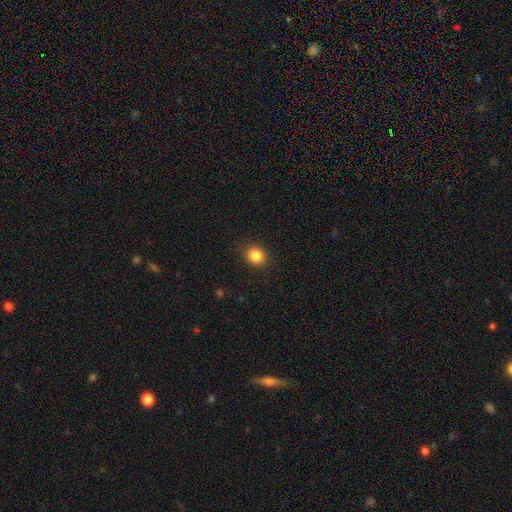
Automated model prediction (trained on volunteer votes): Smooth or featured: smooth — 85% (star or artifact — 10%)
How rounded: round — 72% (in between — 27%)
Merging: none — 89% (minor disturbance — 8%)